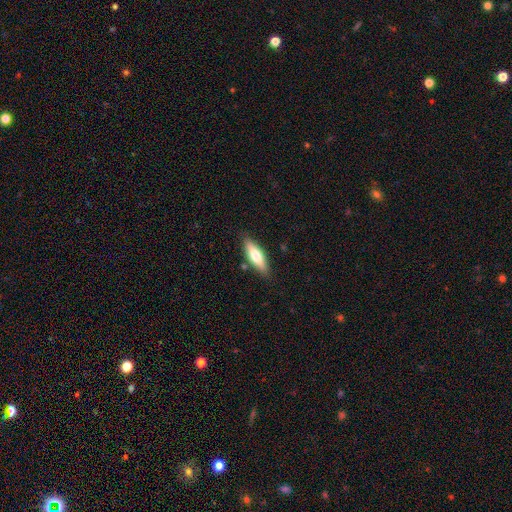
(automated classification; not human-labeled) Smooth or featured? smooth (66%)
How rounded? in between (51%)
Merging? none (84%)